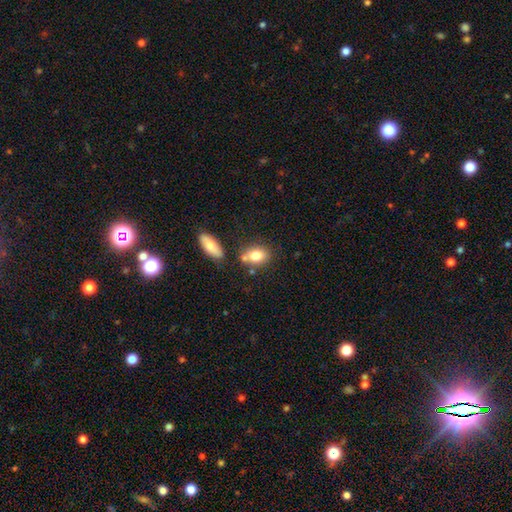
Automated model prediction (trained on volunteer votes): smooth_or_featured: smooth (p=0.79) [alt: featured or disk p=0.13]
how_rounded: in between (p=0.75) [alt: round p=0.23]
merging: none (p=0.60) [alt: merger p=0.21]